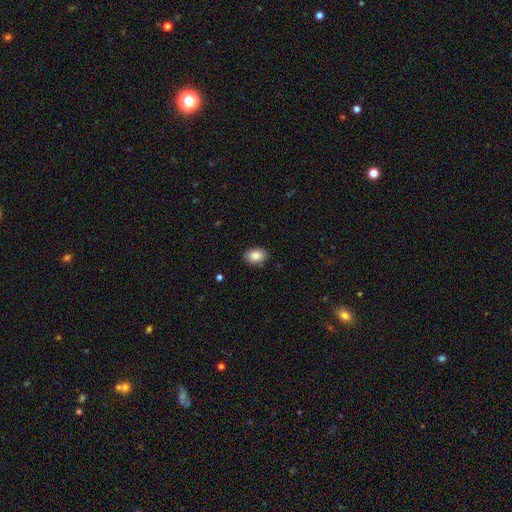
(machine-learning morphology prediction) type=smooth (87%); roundness=in between (81%); merging=none (87%).